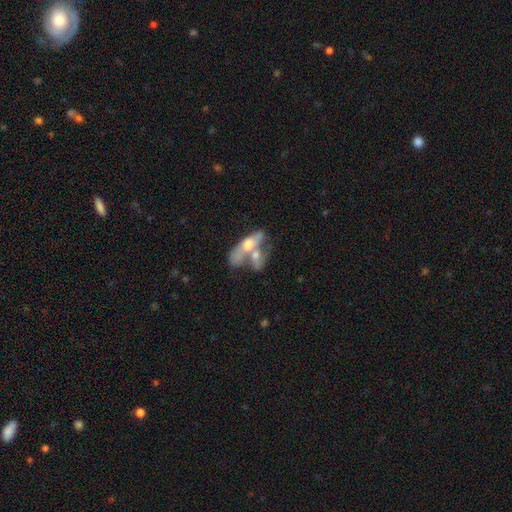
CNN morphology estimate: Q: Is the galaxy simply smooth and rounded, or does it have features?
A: smooth — 48%.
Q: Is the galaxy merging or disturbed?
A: merger — 68%.